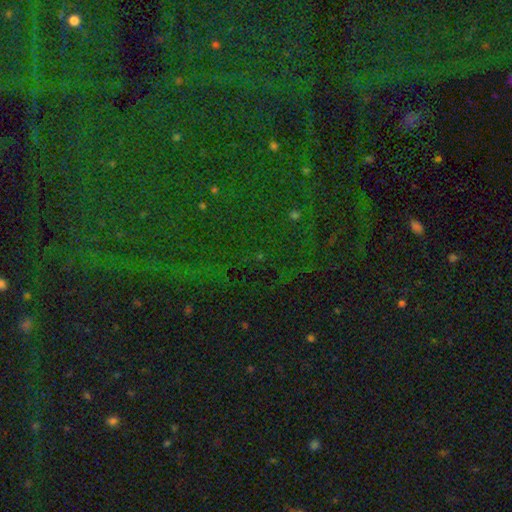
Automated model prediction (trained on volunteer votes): A star or artifact, not a galaxy (84%).

Vote fractions:
- Smooth or featured? star or artifact: 84% / smooth: 9% / featured or disk: 7%